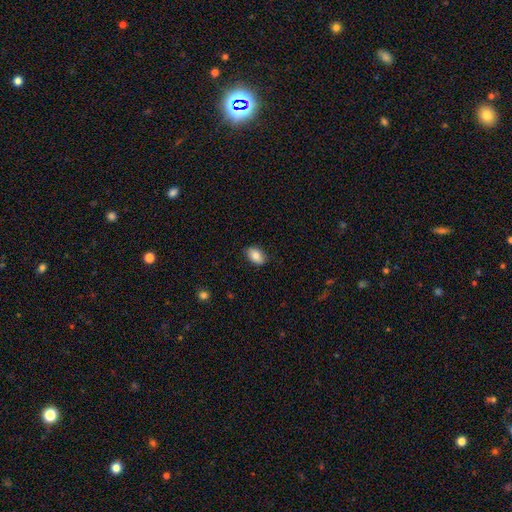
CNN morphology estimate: A smooth galaxy with no disk features (84%) that is in between round and cigar-shaped (88%). Merging: none (86%).